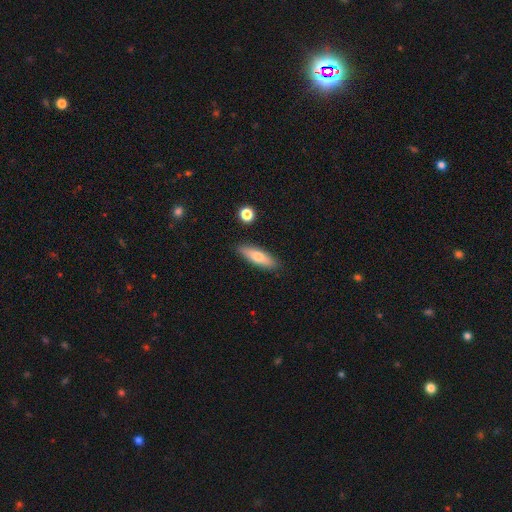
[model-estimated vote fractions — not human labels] Smooth or featured: smooth — 66% (featured or disk — 28%)
How rounded: cigar-shaped — 55% (in between — 42%)
Merging: none — 88% (minor disturbance — 8%)